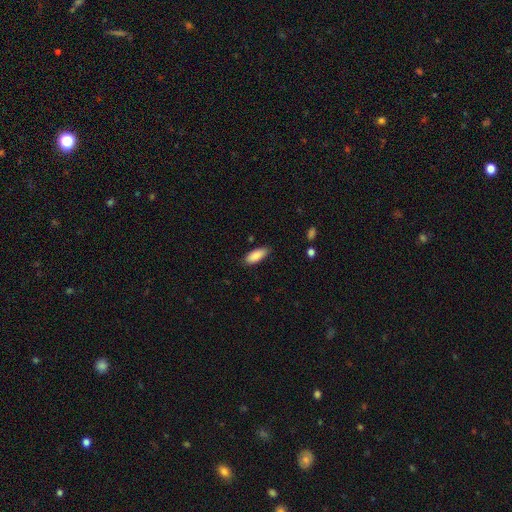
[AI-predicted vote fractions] Overall: smooth (88%). How rounded: in between (79%). Merging: none (81%).